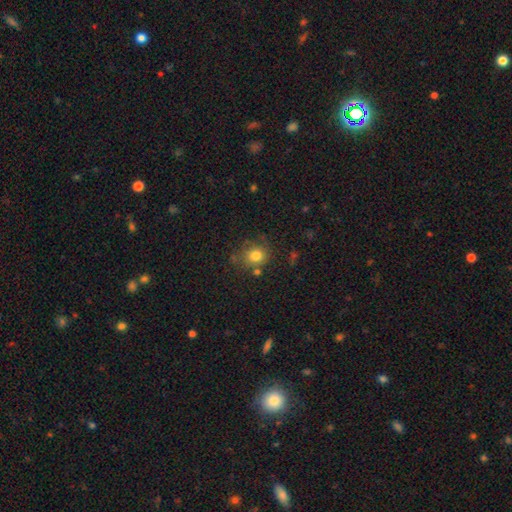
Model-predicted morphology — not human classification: smooth 79%, star or artifact 12%, featured or disk 9%. Down the decision tree: how rounded — round (82%); merging — none (71%).